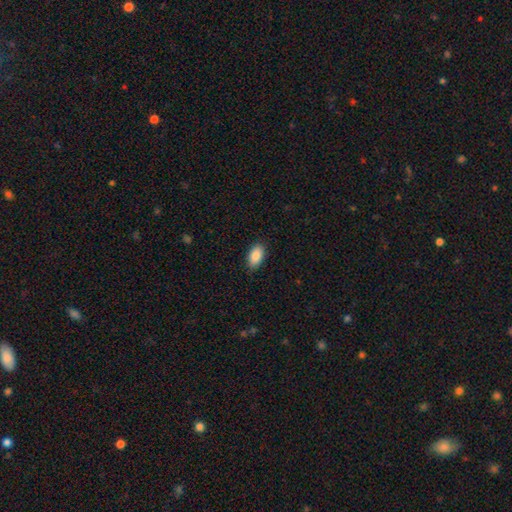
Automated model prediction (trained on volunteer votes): smooth-or-featured: smooth: 88% | star or artifact: 7% | featured or disk: 5%
  how-rounded: in between: 94% | round: 4% | cigar-shaped: 3%
  merging: none: 88% | minor disturbance: 9% | major disturbance: 2% | merger: 1%